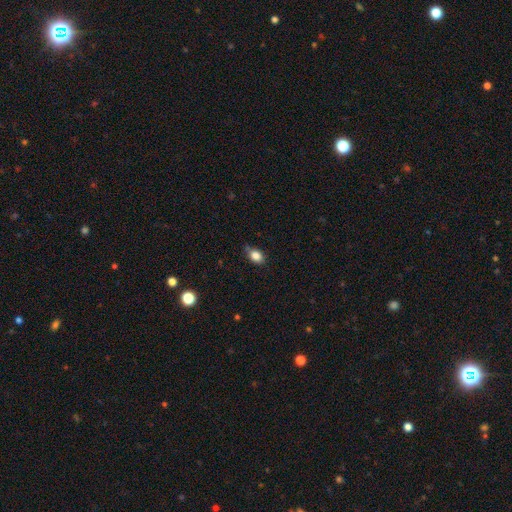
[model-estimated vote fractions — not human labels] Q: Smooth or featured?
A: smooth (84%); runner-up: star or artifact (10%)
Q: How rounded?
A: in between (70%); runner-up: round (28%)
Q: Merging?
A: none (70%); runner-up: minor disturbance (23%)